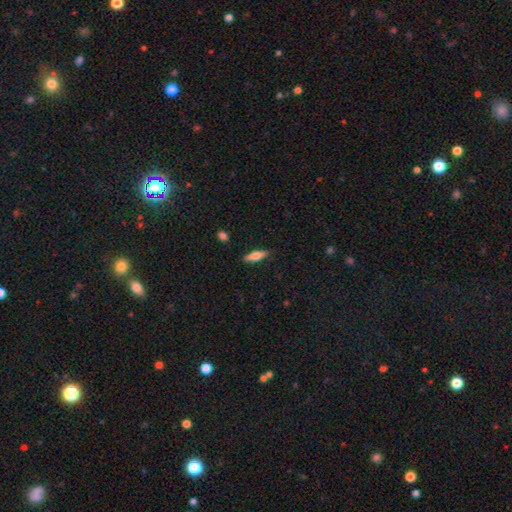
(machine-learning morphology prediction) Smooth or featured: smooth — 67% (featured or disk — 27%)
How rounded: cigar-shaped — 54% (in between — 44%)
Merging: none — 88% (minor disturbance — 9%)